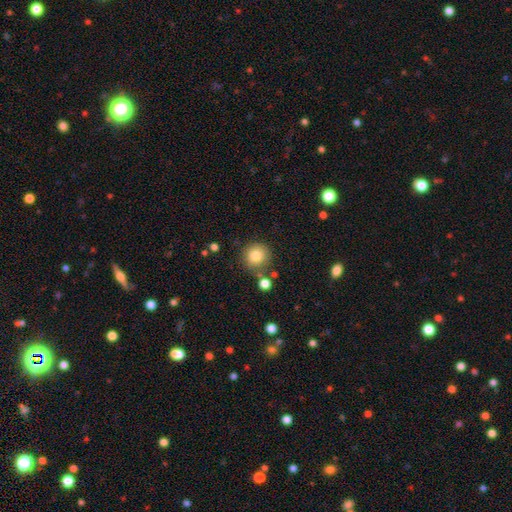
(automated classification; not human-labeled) A smooth galaxy with no disk features (82%) that is round (93%). Merging: none (79%).